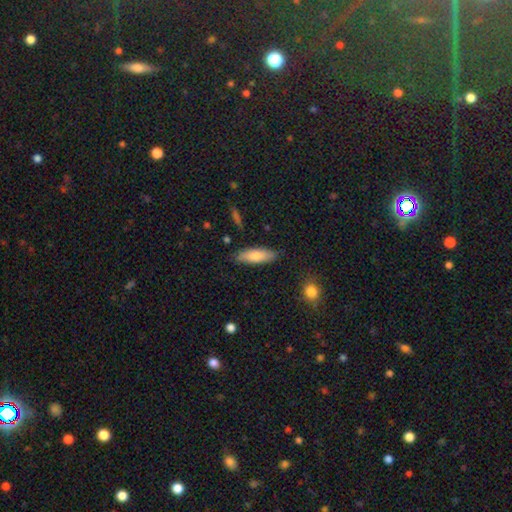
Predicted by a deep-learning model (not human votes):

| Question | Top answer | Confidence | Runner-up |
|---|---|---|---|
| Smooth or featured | smooth | 79% | featured or disk (15%) |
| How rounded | in between | 62% | cigar-shaped (36%) |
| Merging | none | 81% | minor disturbance (14%) |